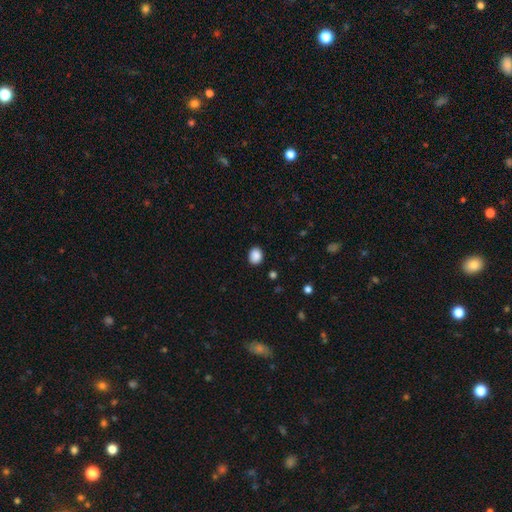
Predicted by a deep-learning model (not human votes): Smooth or featured? Predicted: smooth (p=0.88). How rounded? Predicted: round (p=0.55). Merging? Predicted: none (p=0.89).